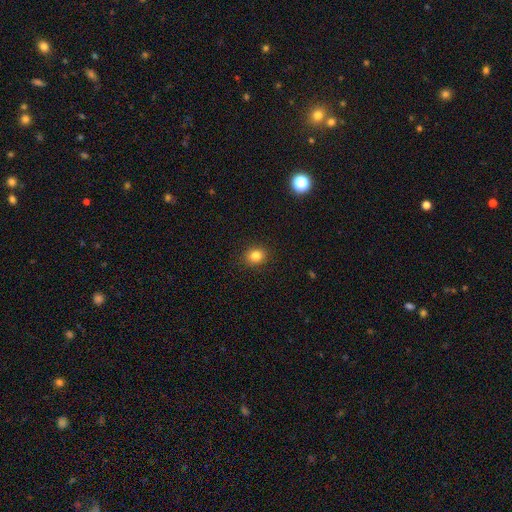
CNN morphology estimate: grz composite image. It shows a smooth galaxy with no disk features (83%) that is round (63%). Merging: none (90%).